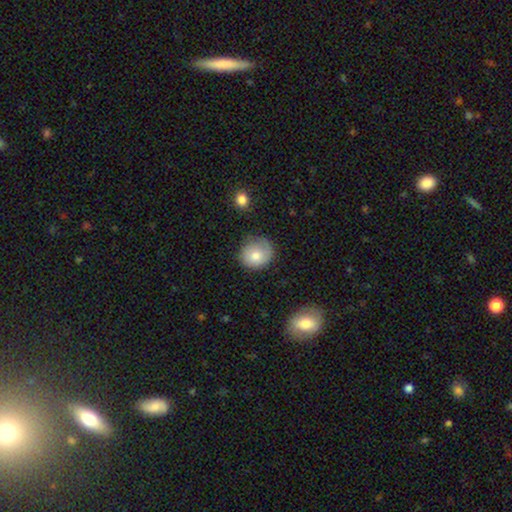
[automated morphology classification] Smooth or featured: smooth — 73% (featured or disk — 19%)
How rounded: round — 80% (in between — 20%)
Merging: none — 67% (minor disturbance — 24%)